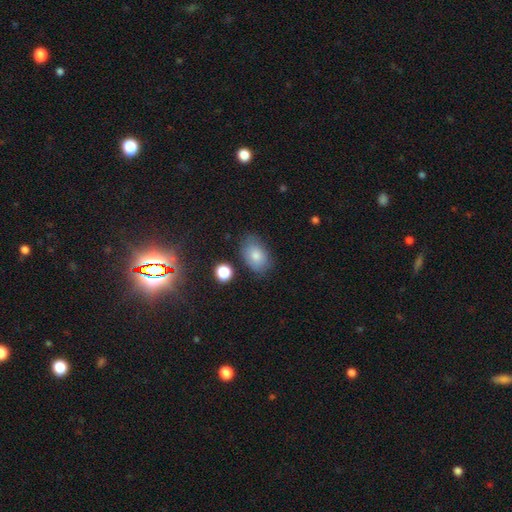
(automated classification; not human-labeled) This appears to be a smooth galaxy with no disk features (79%) that is in between round and cigar-shaped (86%). Merging: none (71%).